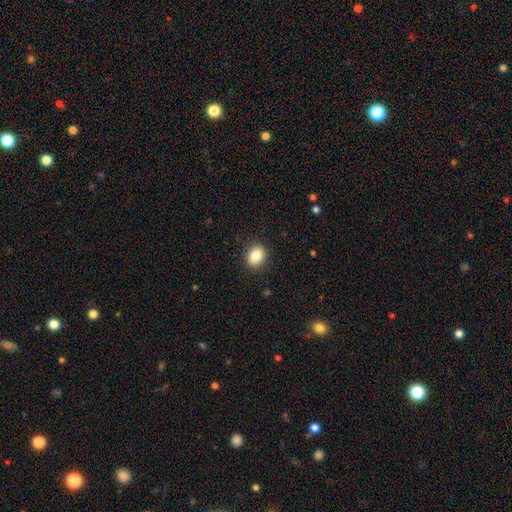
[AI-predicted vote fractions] This appears to be a smooth galaxy with no disk features (84%) that is round (59%). Merging: none (90%).